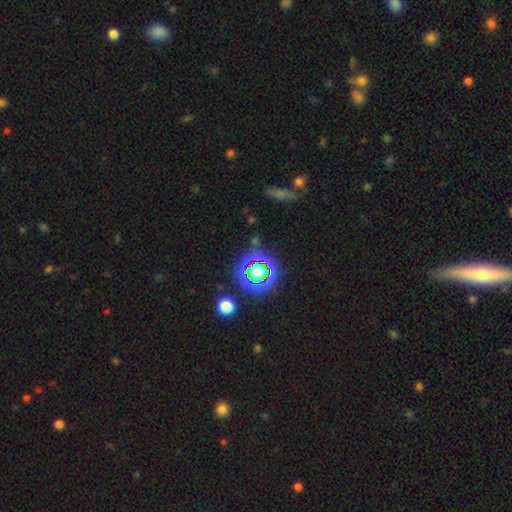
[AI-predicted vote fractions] star or artifact 72%, smooth 19%, featured or disk 9%.